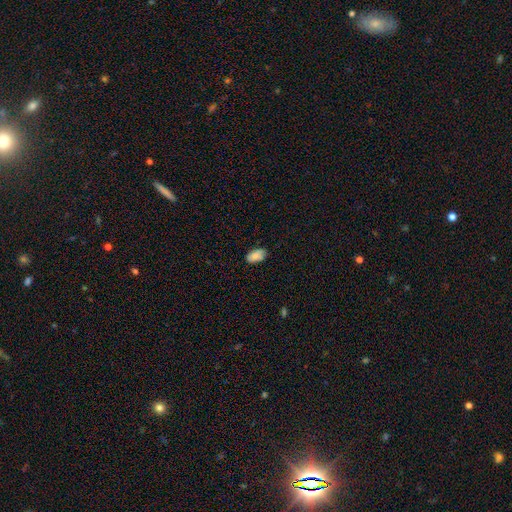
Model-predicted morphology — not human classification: A smooth galaxy with no disk features (80%) that is in between round and cigar-shaped (93%). Merging: none (77%).